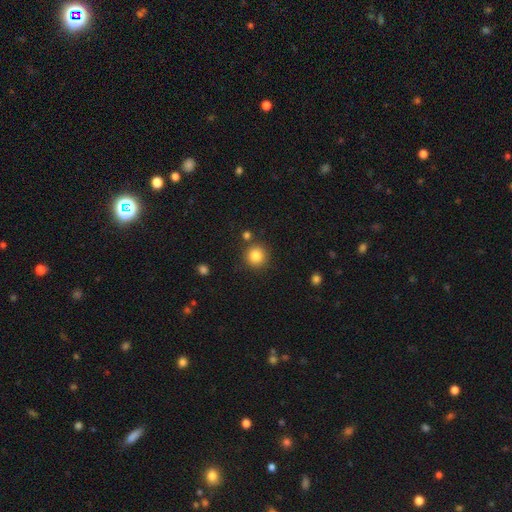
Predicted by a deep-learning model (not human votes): The model was most divided on "smooth or featured": smooth: 84%, star or artifact: 11%, featured or disk: 6%. More confident: how rounded — round (94%); merging — none (85%).